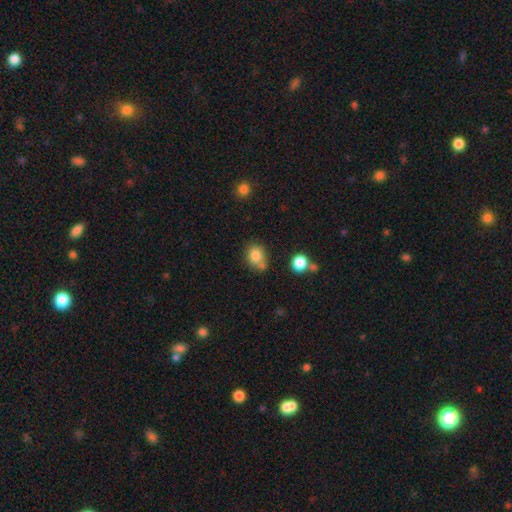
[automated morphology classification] Q: Smooth or featured?
A: smooth (79%); runner-up: star or artifact (11%)
Q: How rounded?
A: round (56%); runner-up: in between (43%)
Q: Merging?
A: none (54%); runner-up: merger (22%)